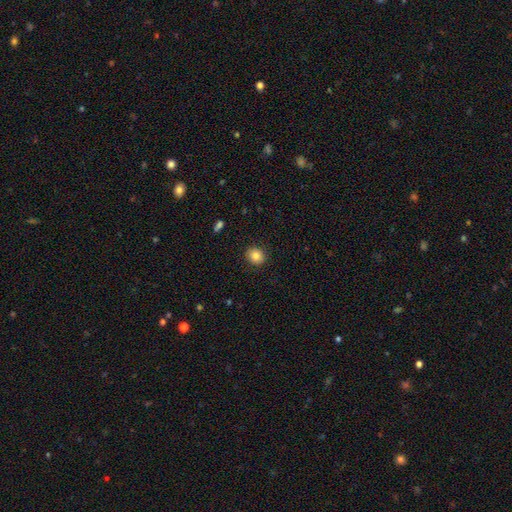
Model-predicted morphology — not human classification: The model was most divided on "how rounded": round: 74%, in between: 25%, cigar-shaped: 1%. More confident: merging — none (89%); smooth or featured — smooth (83%).